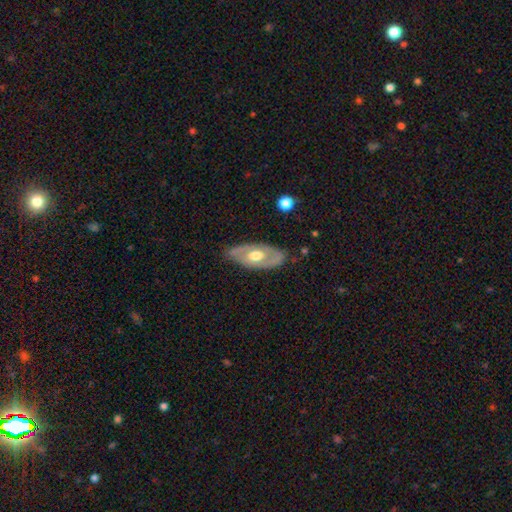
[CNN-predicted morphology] A featured or disk galaxy (62%) with no bar (73%), no spiral arms (63%) and a moderate central bulge (72%). Merging: none (78%).